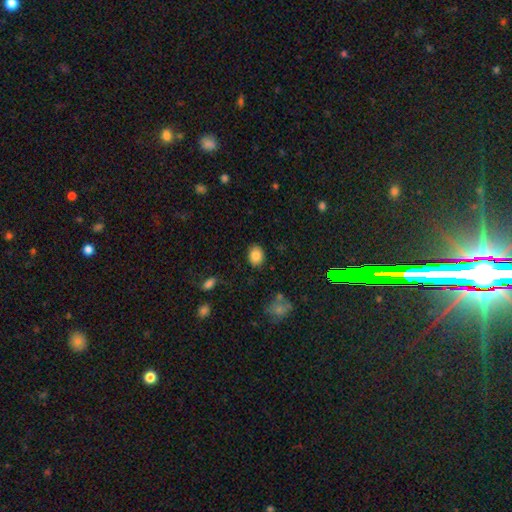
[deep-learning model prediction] Smooth or featured?
  - smooth: 85% *
  - star or artifact: 9%
  - featured or disk: 6%
How rounded?
  - in between: 52% *
  - round: 47%
  - cigar-shaped: 1%
Merging?
  - none: 85% *
  - minor disturbance: 11%
  - major disturbance: 3%
  - merger: 2%